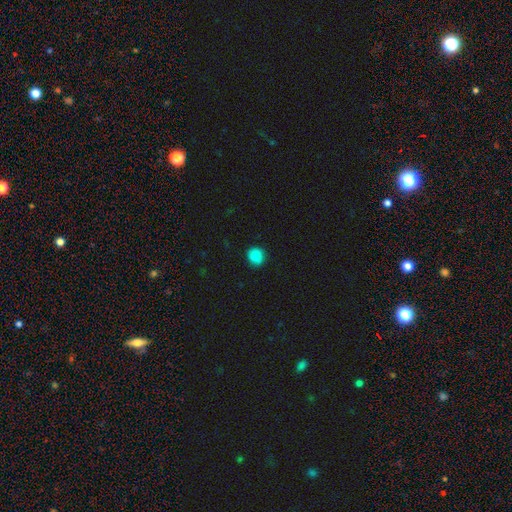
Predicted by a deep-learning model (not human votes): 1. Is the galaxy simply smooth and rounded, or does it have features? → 86% smooth, 10% star or artifact, 3% featured or disk.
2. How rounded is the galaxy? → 79% round, 20% in between, 1% cigar-shaped.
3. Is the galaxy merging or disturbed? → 82% none, 14% minor disturbance, 3% major disturbance, 1% merger.